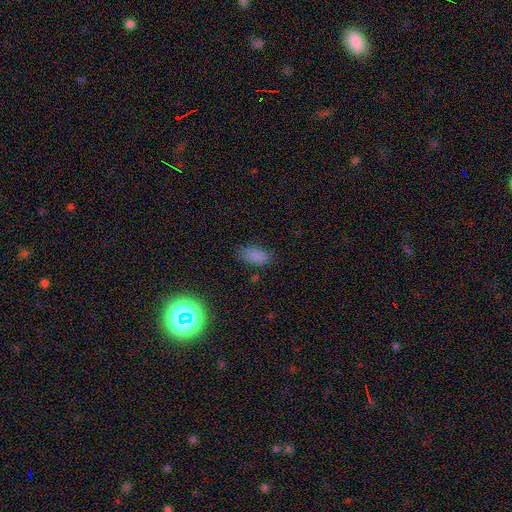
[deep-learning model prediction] smooth_or_featured: smooth (p=0.81) [alt: star or artifact p=0.14]
how_rounded: in between (p=0.92) [alt: round p=0.04]
merging: none (p=0.77) [alt: minor disturbance p=0.17]